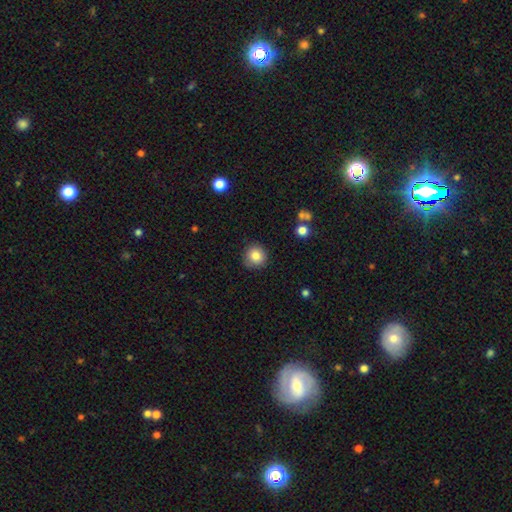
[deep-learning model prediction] Smooth or featured? smooth (84%)
How rounded? round (92%)
Merging? none (86%)